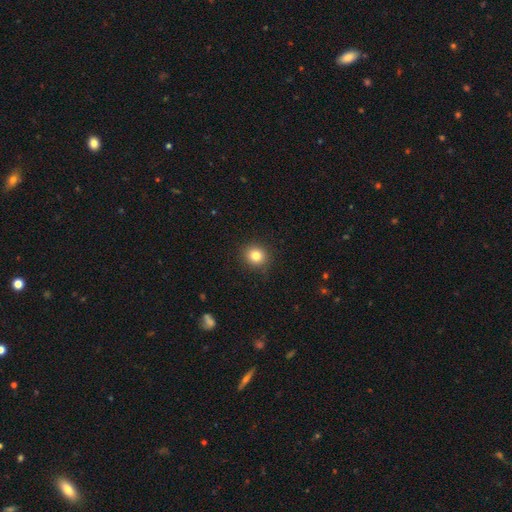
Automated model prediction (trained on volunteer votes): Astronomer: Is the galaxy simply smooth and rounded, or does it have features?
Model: smooth — 82%.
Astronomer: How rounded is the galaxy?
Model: round — 87%.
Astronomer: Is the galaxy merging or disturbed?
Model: none — 90%.